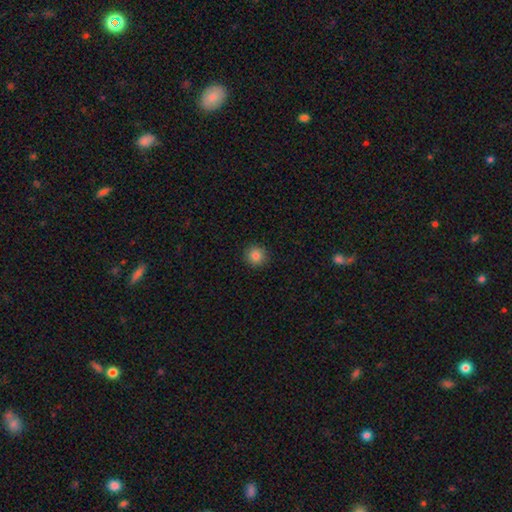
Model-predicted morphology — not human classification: smooth_or_featured: smooth (p=0.84) [alt: star or artifact p=0.11]
how_rounded: round (p=0.95) [alt: in between p=0.04]
merging: none (p=0.92) [alt: minor disturbance p=0.05]